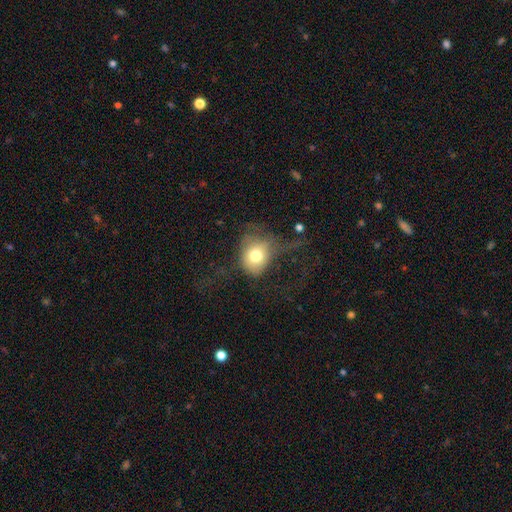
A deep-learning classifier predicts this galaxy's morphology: Smooth or featured? Predicted: smooth (p=0.71). How rounded? Predicted: round (p=0.66). Merging? Predicted: major disturbance (p=0.46).